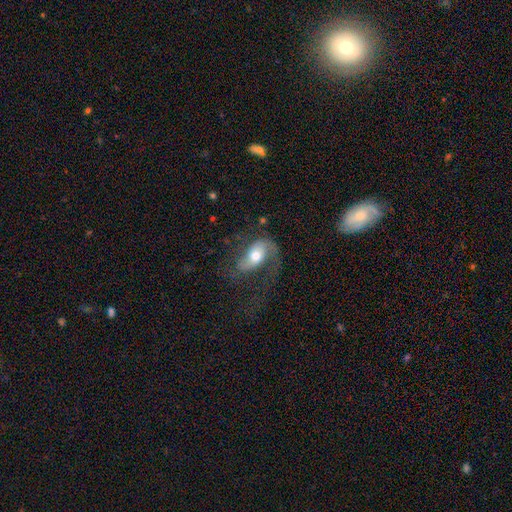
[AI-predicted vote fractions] A featured or disk galaxy (67%) with no bar (54%), 2 (59%) loose (54%) spiral arms (87%) and a moderate central bulge (67%).

Vote fractions:
- Smooth or featured? featured or disk: 67% / smooth: 26% / star or artifact: 7%
- Edge-on disk? no: 94% / yes: 6%
- Bar? no: 54% / weak: 30% / strong: 15%
- Spiral arms? yes: 87% / no: 13%
- Spiral winding? loose: 54% / medium: 35% / tight: 11%
- Spiral arm count? 2: 59% / 1: 32% / can't tell: 6% / 3: 2% / 4: 1% / more than 4: 1%
- Bulge size? moderate: 67% / small: 16% / large: 14% / dominant: 2% / none: 1%
- Merging? none: 44% / major disturbance: 33% / minor disturbance: 20% / merger: 3%